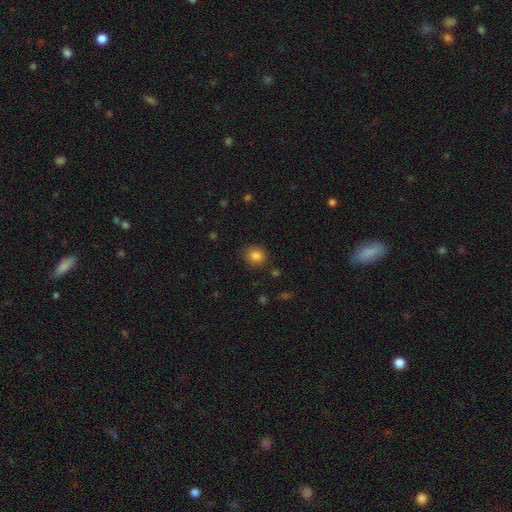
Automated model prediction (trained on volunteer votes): Overall: smooth (84%). How rounded: round (80%). Merging: none (86%).